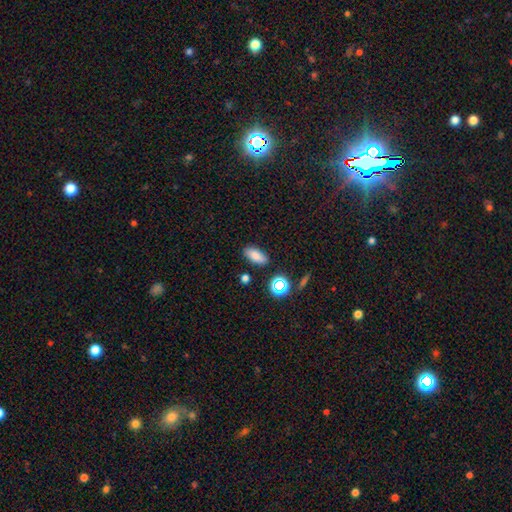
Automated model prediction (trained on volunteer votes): Smooth or featured?
  - smooth: 79% *
  - star or artifact: 13%
  - featured or disk: 9%
How rounded?
  - in between: 83% *
  - cigar-shaped: 11%
  - round: 6%
Merging?
  - none: 84% *
  - minor disturbance: 10%
  - merger: 3%
  - major disturbance: 3%